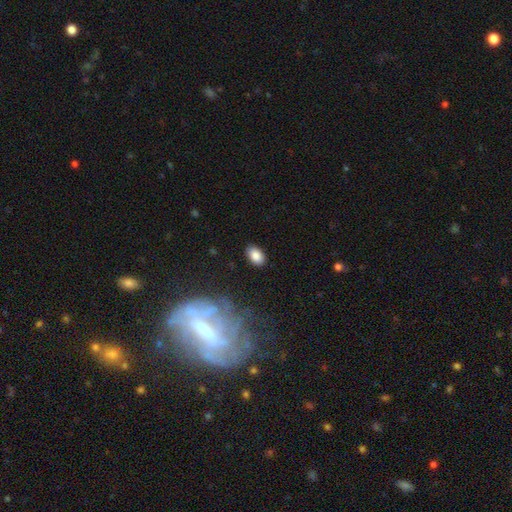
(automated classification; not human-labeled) smooth_or_featured: smooth (p=0.86) [alt: star or artifact p=0.08]
how_rounded: in between (p=0.89) [alt: round p=0.09]
merging: none (p=0.86) [alt: minor disturbance p=0.10]